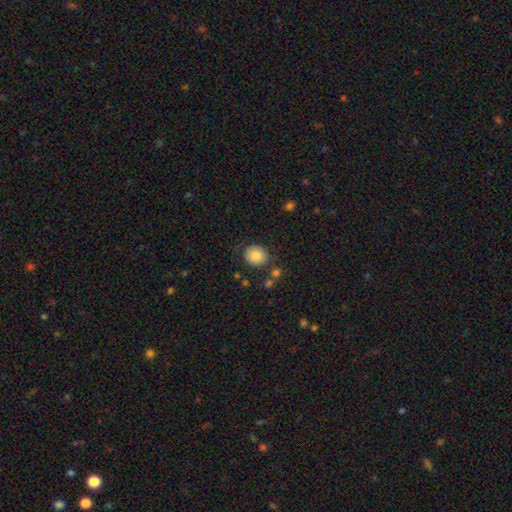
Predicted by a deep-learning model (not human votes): Overall: smooth (86%). How rounded: round (79%). Merging: none (79%).